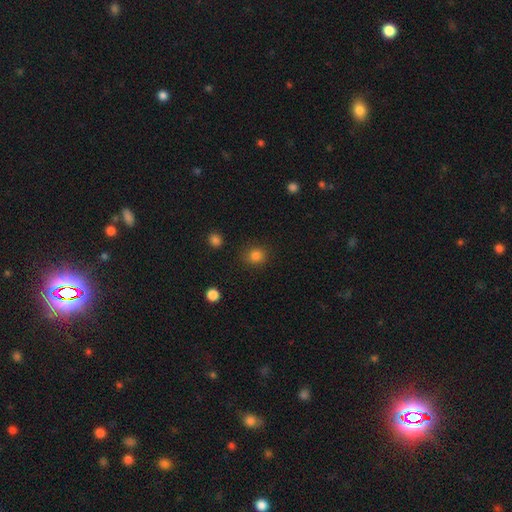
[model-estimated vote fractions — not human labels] This appears to be a smooth galaxy with no disk features (83%) that is round (87%). Merging: none (87%).